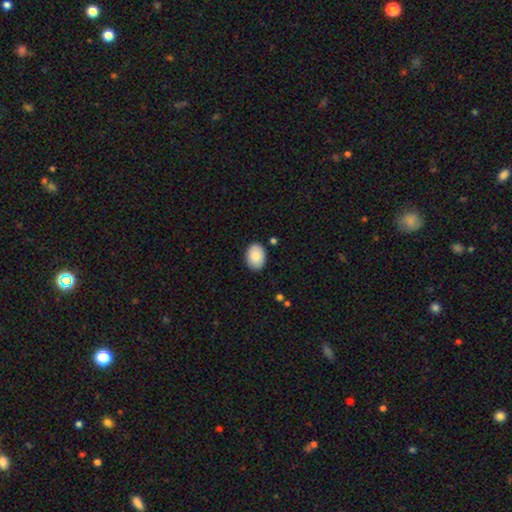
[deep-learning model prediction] Smooth or featured?
  - smooth: 86% *
  - featured or disk: 8%
  - star or artifact: 6%
How rounded?
  - in between: 80% *
  - round: 20%
  - cigar-shaped: 1%
Merging?
  - none: 85% *
  - minor disturbance: 11%
  - major disturbance: 2%
  - merger: 2%